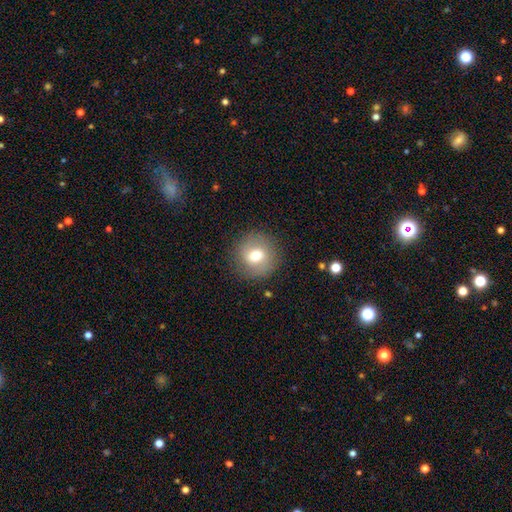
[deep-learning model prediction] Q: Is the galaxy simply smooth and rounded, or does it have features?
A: smooth — 71%.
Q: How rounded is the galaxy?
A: round — 91%.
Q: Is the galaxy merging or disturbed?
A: none — 87%.